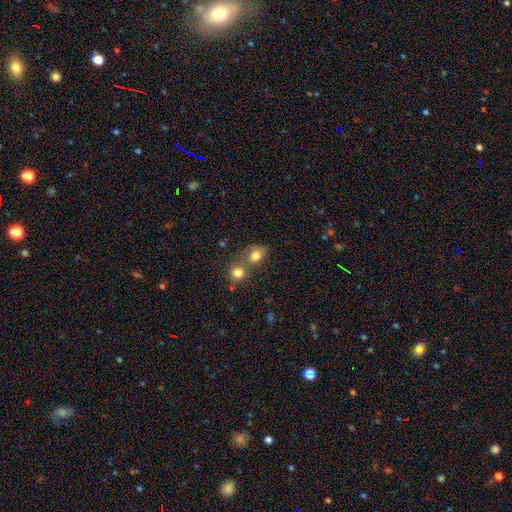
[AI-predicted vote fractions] Smooth or featured? smooth (79%)
How rounded? round (55%)
Merging? merger (44%)